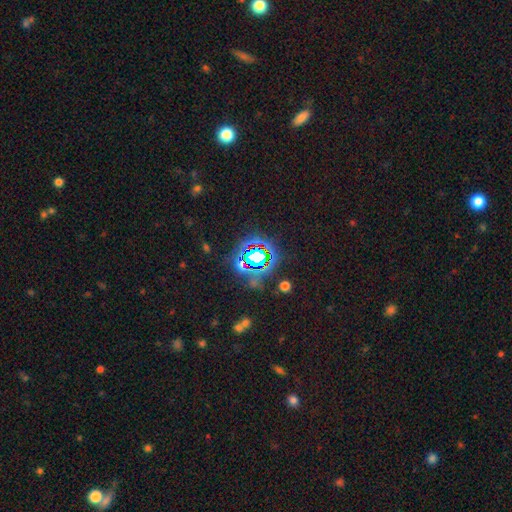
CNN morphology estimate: A star or artifact, not a galaxy (71%).